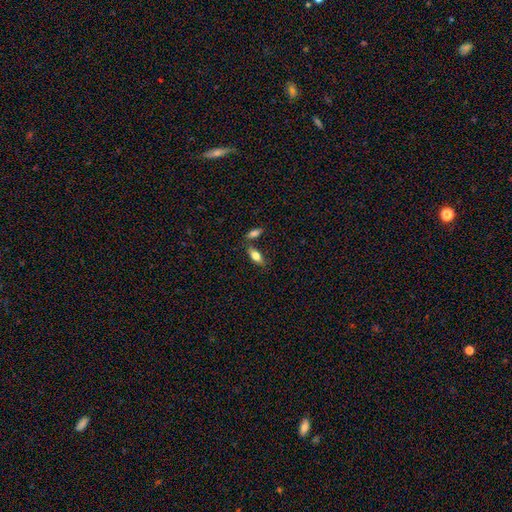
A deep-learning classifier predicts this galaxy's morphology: This appears to be a smooth galaxy with no disk features (74%) that is in between round and cigar-shaped (80%). Merging: none (69%).